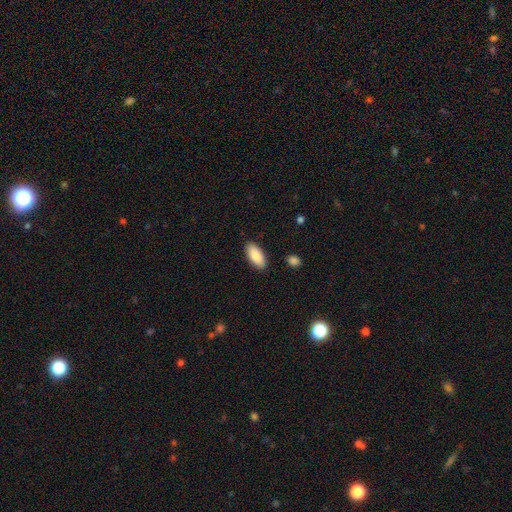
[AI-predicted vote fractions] Q: Smooth or featured?
A: smooth (88%); runner-up: featured or disk (6%)
Q: How rounded?
A: in between (88%); runner-up: cigar-shaped (10%)
Q: Merging?
A: none (88%); runner-up: minor disturbance (8%)